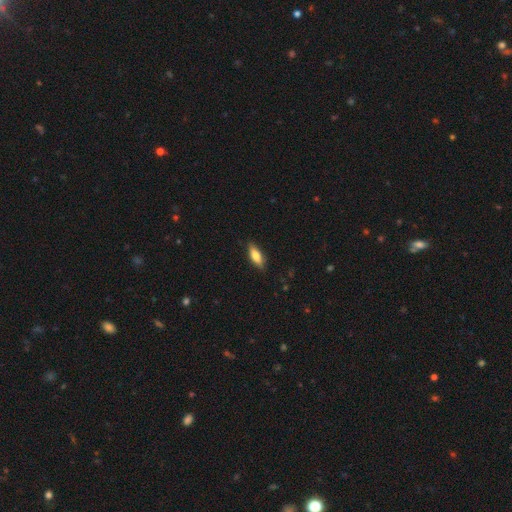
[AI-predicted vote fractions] A smooth galaxy with no disk features (76%) that is in between round and cigar-shaped (66%). Merging: none (86%).